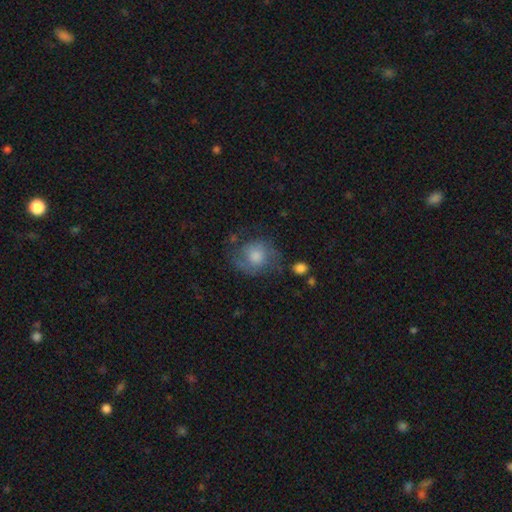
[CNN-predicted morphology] Smooth or featured? Predicted: featured or disk (p=0.45). Merging? Predicted: none (p=0.59).